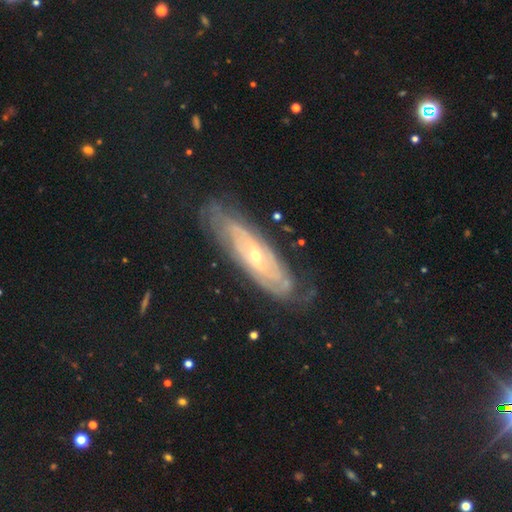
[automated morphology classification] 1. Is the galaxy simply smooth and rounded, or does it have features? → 84% featured or disk, 9% smooth, 7% star or artifact.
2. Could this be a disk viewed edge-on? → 79% no, 21% yes.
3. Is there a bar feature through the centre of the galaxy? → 59% no, 30% weak, 11% strong.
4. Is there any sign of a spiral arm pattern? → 92% yes, 8% no.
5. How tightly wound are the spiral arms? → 72% tight, 22% medium, 6% loose.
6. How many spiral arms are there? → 51% can't tell, 24% 2, 9% 3, 6% 4, 5% more than 4, 5% 1.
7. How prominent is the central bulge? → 65% small, 31% moderate, 1% large, 1% none, 1% dominant.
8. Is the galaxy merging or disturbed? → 75% none, 17% minor disturbance, 6% major disturbance, 1% merger.